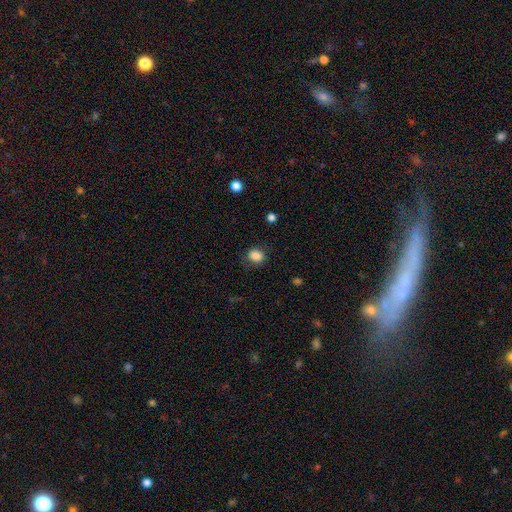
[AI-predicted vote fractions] smooth_or_featured: smooth (p=0.86) [alt: star or artifact p=0.10]
how_rounded: round (p=0.59) [alt: in between p=0.40]
merging: none (p=0.78) [alt: minor disturbance p=0.16]